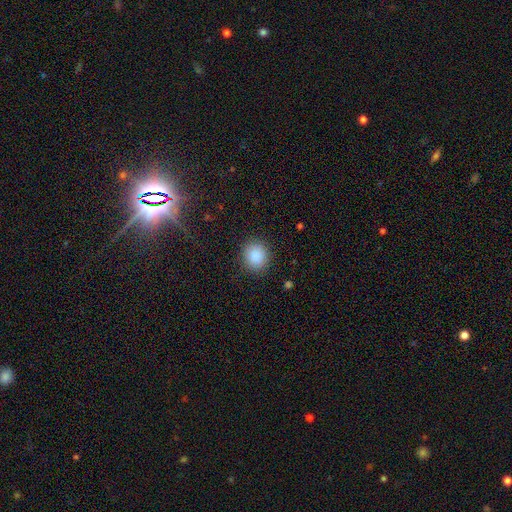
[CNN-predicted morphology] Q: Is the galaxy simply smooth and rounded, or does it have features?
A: smooth — 88%.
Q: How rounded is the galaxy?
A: round — 77%.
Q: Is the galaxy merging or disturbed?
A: none — 88%.